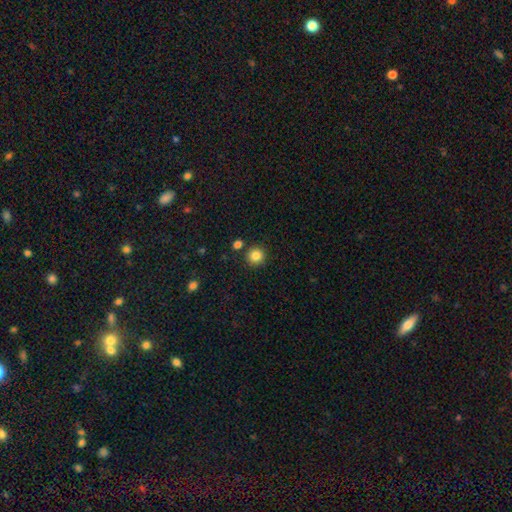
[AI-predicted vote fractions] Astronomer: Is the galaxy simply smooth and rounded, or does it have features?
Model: smooth — 84%.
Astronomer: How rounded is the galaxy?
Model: round — 93%.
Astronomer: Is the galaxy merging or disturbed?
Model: none — 86%.